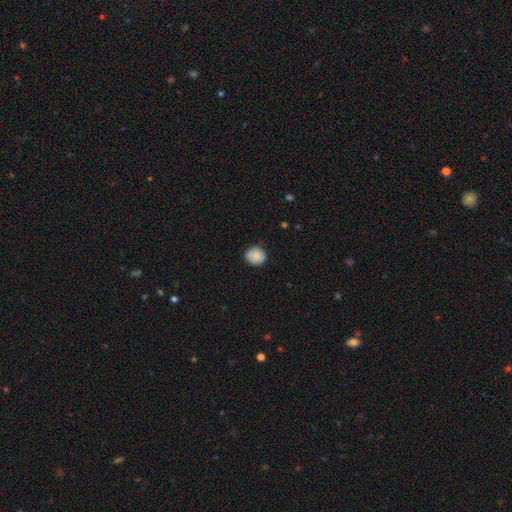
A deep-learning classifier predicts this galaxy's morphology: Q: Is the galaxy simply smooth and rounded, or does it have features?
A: smooth — 83%.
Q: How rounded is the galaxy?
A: round — 81%.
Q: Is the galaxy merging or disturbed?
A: none — 80%.